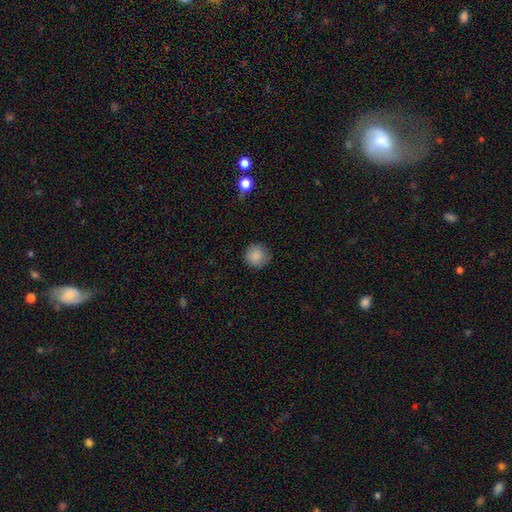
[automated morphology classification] smooth_or_featured: smooth (p=0.86) [alt: star or artifact p=0.09]
how_rounded: round (p=0.94) [alt: in between p=0.05]
merging: none (p=0.84) [alt: minor disturbance p=0.12]